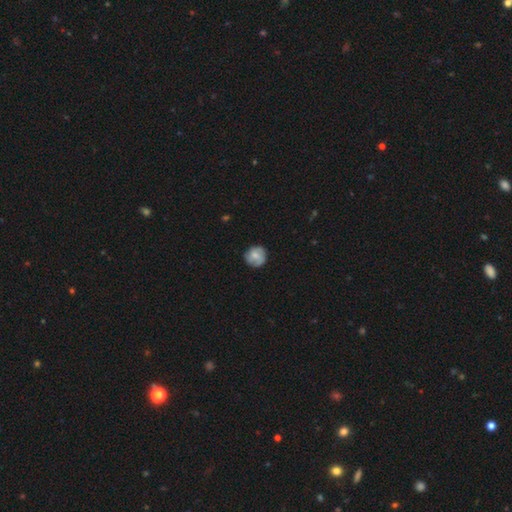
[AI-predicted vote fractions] The model was most divided on "smooth or featured": smooth: 64%, featured or disk: 29%, star or artifact: 7%. More confident: how rounded — round (90%); merging — none (77%).